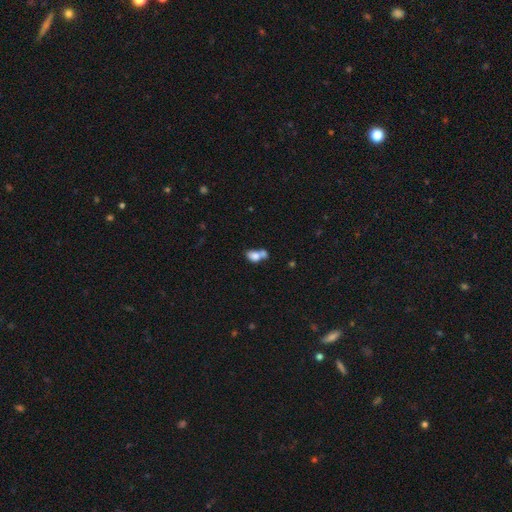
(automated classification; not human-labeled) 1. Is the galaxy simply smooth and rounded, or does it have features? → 78% smooth, 13% featured or disk, 9% star or artifact.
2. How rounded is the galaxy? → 79% in between, 18% round, 3% cigar-shaped.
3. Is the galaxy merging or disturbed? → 58% merger, 24% none, 11% minor disturbance, 7% major disturbance.